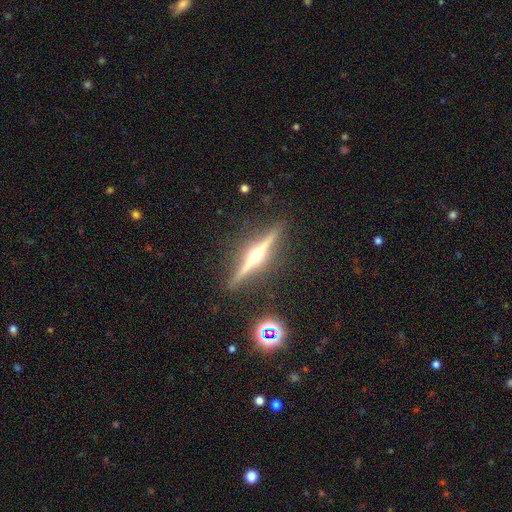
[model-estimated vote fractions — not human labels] A featured or disk galaxy (84%) viewed edge-on (98%) with a rounded central bulge (94%). Merging: none (90%).